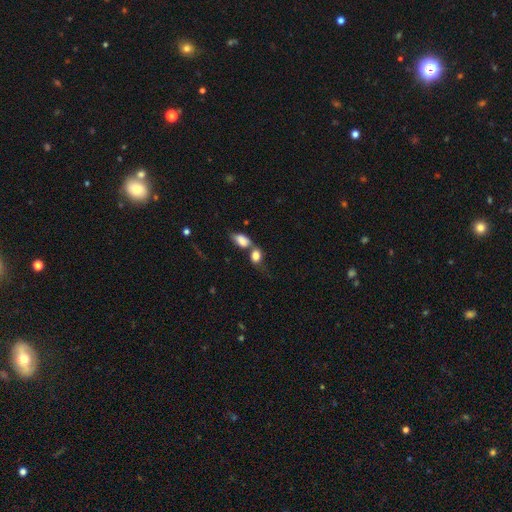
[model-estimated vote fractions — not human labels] Smooth or featured? Predicted: smooth (p=0.80). How rounded? Predicted: in between (p=0.70). Merging? Predicted: merger (p=0.59).